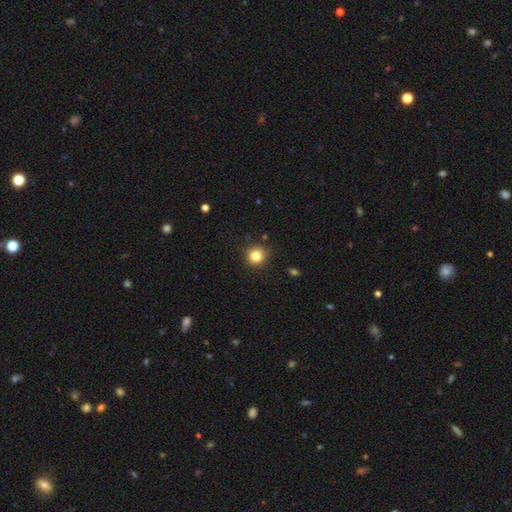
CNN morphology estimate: The model was most divided on "smooth or featured": smooth: 83%, star or artifact: 11%, featured or disk: 5%. More confident: how rounded — round (89%); merging — none (88%).